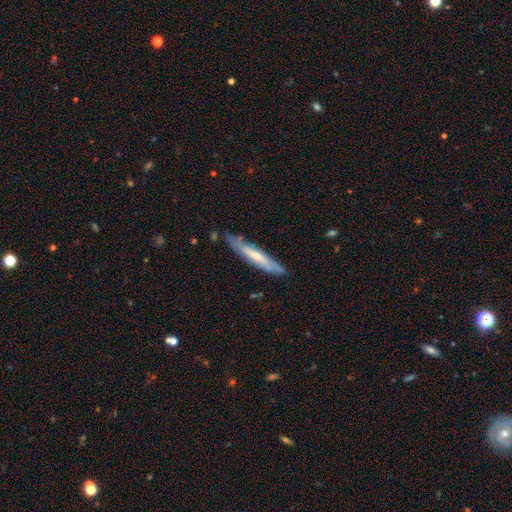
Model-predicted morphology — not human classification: Smooth or featured: featured or disk — 49% (smooth — 45%)
Merging: none — 78% (minor disturbance — 17%)